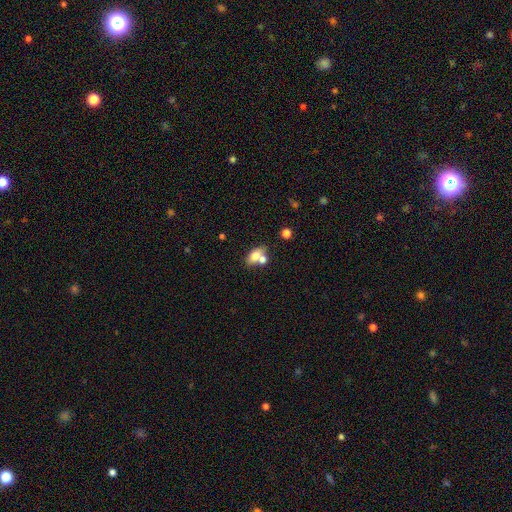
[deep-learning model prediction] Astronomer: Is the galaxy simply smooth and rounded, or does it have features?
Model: smooth — 71%.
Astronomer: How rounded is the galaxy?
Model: in between — 81%.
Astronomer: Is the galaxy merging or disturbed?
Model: merger — 42%, tied with none at 42%.